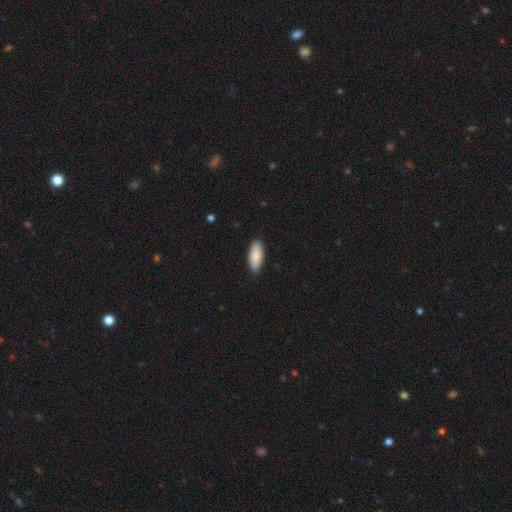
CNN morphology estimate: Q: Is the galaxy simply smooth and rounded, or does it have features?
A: smooth — 88%.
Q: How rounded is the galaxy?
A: in between — 79%.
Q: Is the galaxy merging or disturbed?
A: none — 83%.